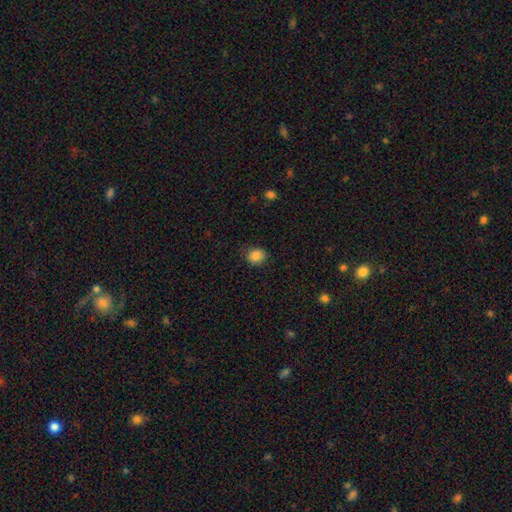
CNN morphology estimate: Smooth or featured?
  - smooth: 86% *
  - star or artifact: 10%
  - featured or disk: 4%
How rounded?
  - round: 72% *
  - in between: 27%
  - cigar-shaped: 1%
Merging?
  - none: 84% *
  - minor disturbance: 12%
  - major disturbance: 3%
  - merger: 1%